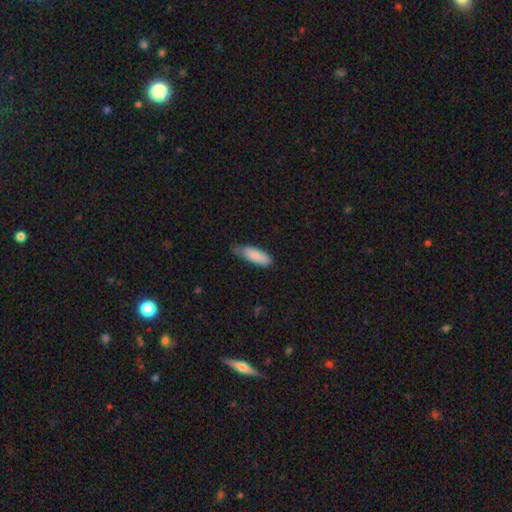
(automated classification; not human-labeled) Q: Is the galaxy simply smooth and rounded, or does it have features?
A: smooth — 85%.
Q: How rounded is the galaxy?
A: in between — 56%.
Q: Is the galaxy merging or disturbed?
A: none — 57%.